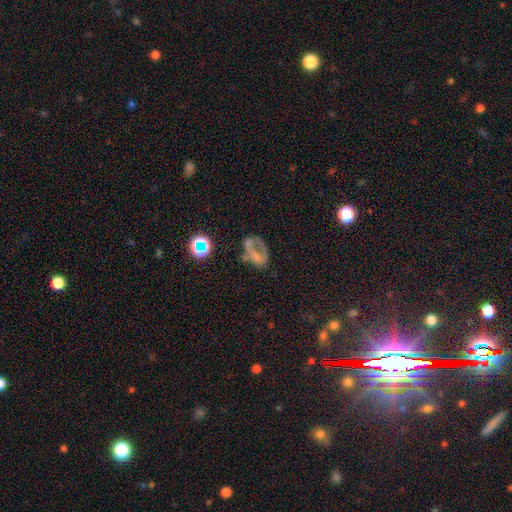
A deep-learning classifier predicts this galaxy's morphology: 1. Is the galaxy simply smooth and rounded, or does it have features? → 49% featured or disk, 34% smooth, 18% star or artifact.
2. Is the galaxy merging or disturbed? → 39% major disturbance, 31% none, 20% minor disturbance, 10% merger.